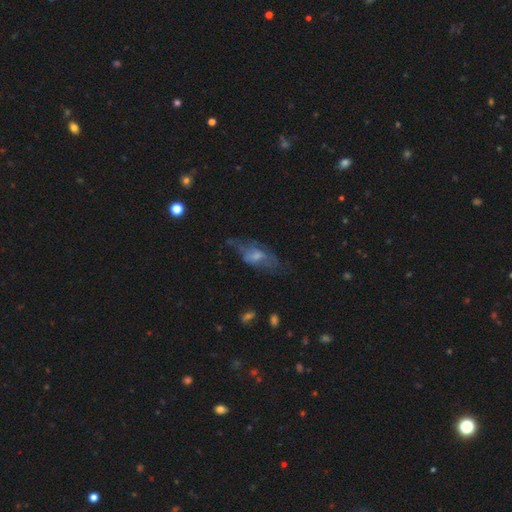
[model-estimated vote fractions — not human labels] The model was most divided on "smooth or featured": featured or disk: 52%, smooth: 38%, star or artifact: 10%. Remaining: edge-on disk — no (82%); merging — none (42%).